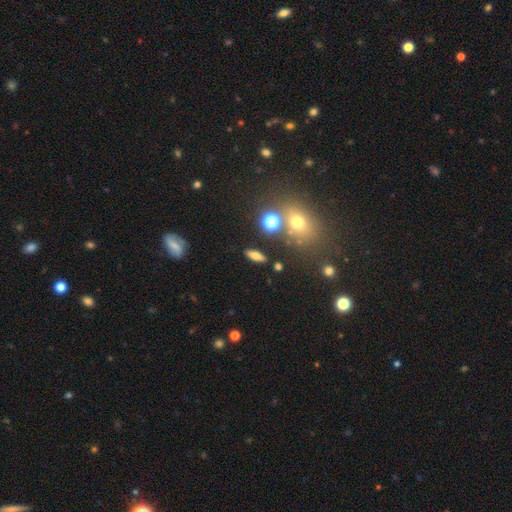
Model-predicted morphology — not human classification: Smooth or featured? Predicted: smooth (p=0.60). How rounded? Predicted: in between (p=0.56). Merging? Predicted: none (p=0.85).